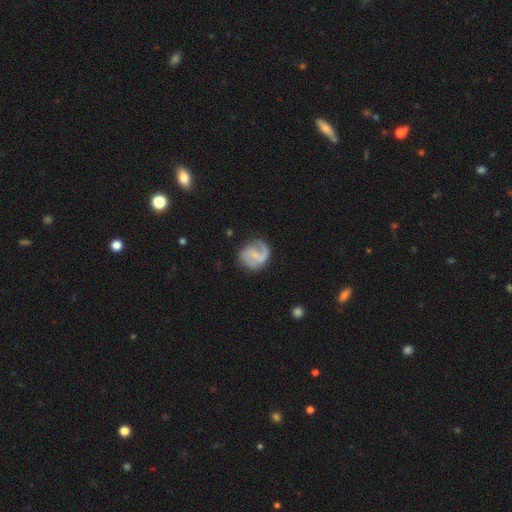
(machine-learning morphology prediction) type=featured or disk (75%); edge-on=no (98%); bar=weak (48%); spiral arms=yes (92%); winding=medium (46%); arm count=2 (69%); bulge=small (58%); merging=none (67%).